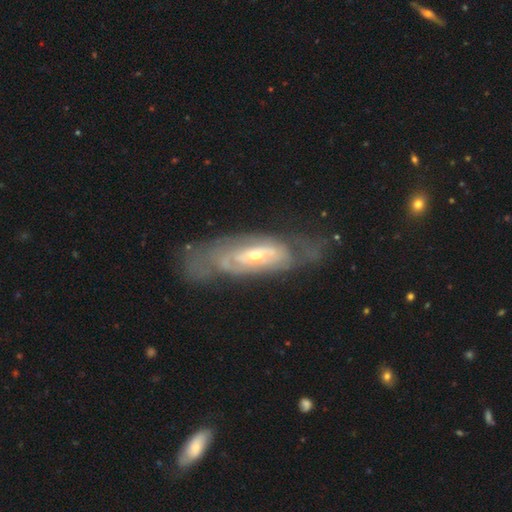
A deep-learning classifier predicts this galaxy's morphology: This is likely a featured or disk galaxy (77%). It is clearly not viewed edge-on (83%). Bar: possibly no (55%). Spiral arm pattern: likely yes (66%). Central bulge: possibly small (52%). Merging: likely none (62%).